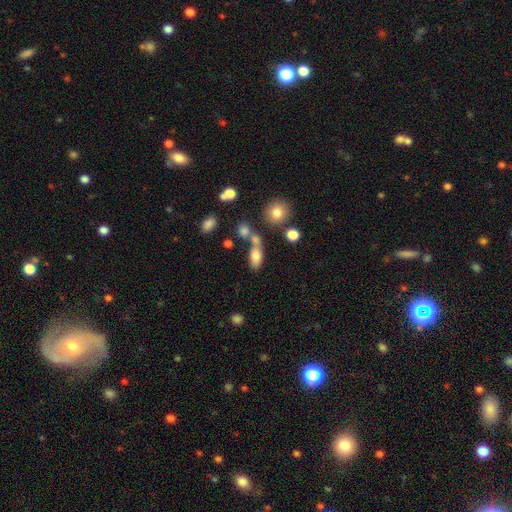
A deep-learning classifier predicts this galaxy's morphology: smooth-or-featured: smooth: 76% | featured or disk: 13% | star or artifact: 10%
  how-rounded: in between: 81% | cigar-shaped: 11% | round: 8%
  merging: none: 44% | merger: 36% | minor disturbance: 13% | major disturbance: 7%